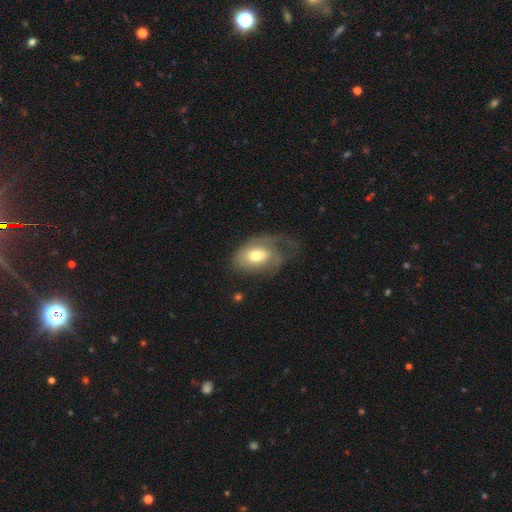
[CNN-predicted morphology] This is possibly a smooth galaxy (55%). How rounded: clearly in between (82%). Merging: marginally major disturbance (44%).